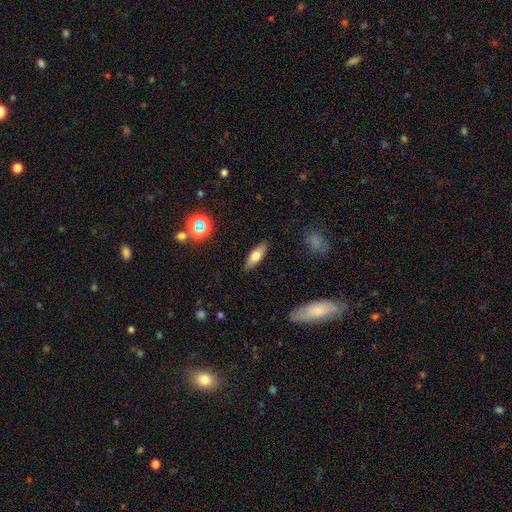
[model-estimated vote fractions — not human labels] Morphology: type=smooth (70%); roundness=in between (64%); merging=none (87%).